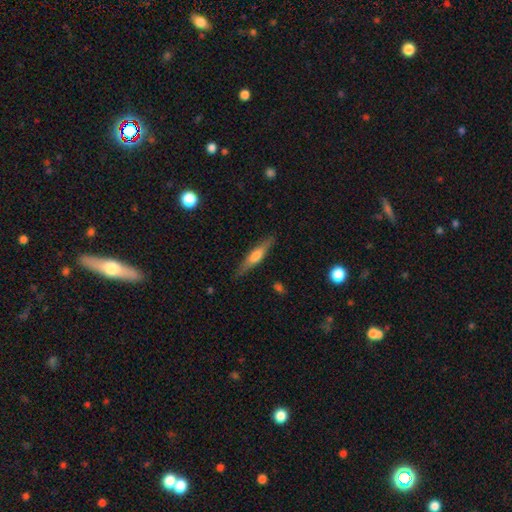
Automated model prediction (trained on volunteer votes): A featured or disk galaxy (49%). Merging: none (86%).